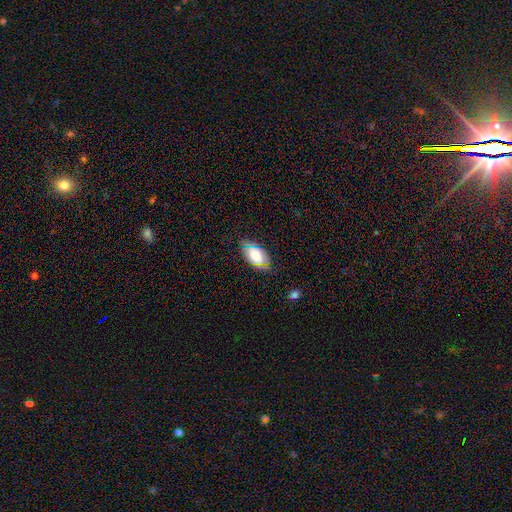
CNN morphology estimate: smooth-or-featured: smooth: 61% | featured or disk: 28% | star or artifact: 12%
  how-rounded: in between: 90% | round: 7% | cigar-shaped: 3%
  merging: none: 77% | minor disturbance: 18% | major disturbance: 4% | merger: 1%